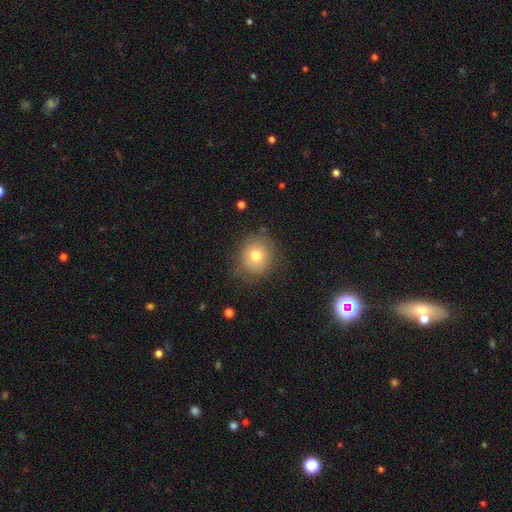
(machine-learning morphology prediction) Smooth or featured?
  - smooth: 75% *
  - featured or disk: 15%
  - star or artifact: 10%
How rounded?
  - round: 84% *
  - in between: 15%
  - cigar-shaped: 1%
Merging?
  - none: 76% *
  - minor disturbance: 17%
  - major disturbance: 6%
  - merger: 2%